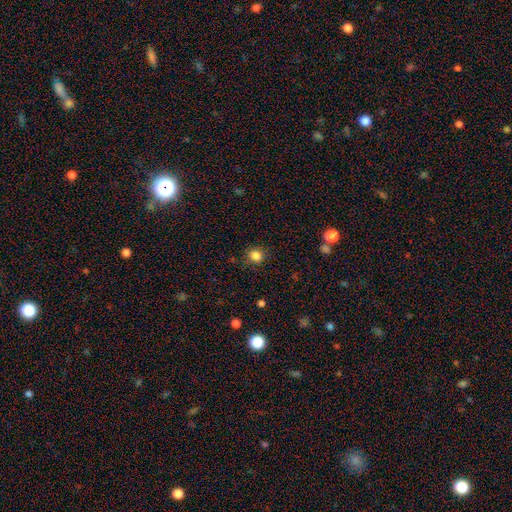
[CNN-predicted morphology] Smooth or featured: smooth — 84% (star or artifact — 12%)
How rounded: round — 78% (in between — 21%)
Merging: none — 84% (minor disturbance — 11%)